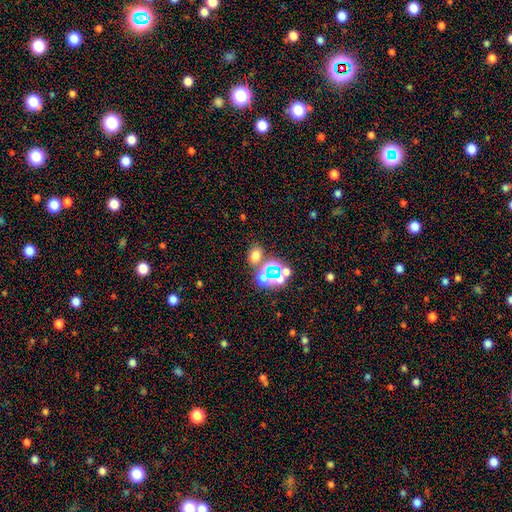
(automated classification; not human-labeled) Smooth or featured? Predicted: smooth (p=0.61). How rounded? Predicted: in between (p=0.53). Merging? Predicted: none (p=0.68).